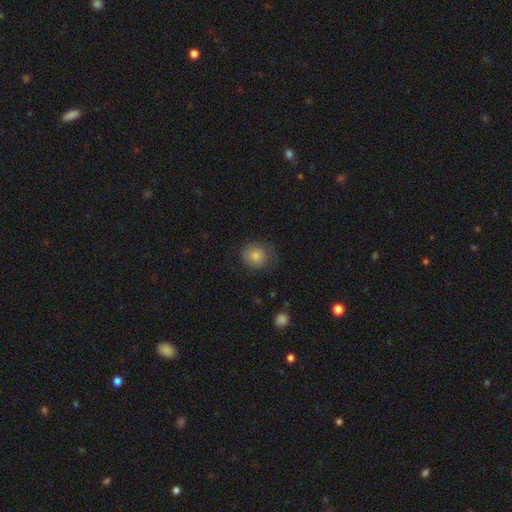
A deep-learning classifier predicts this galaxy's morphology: type=smooth (82%); roundness=round (82%); merging=none (67%).